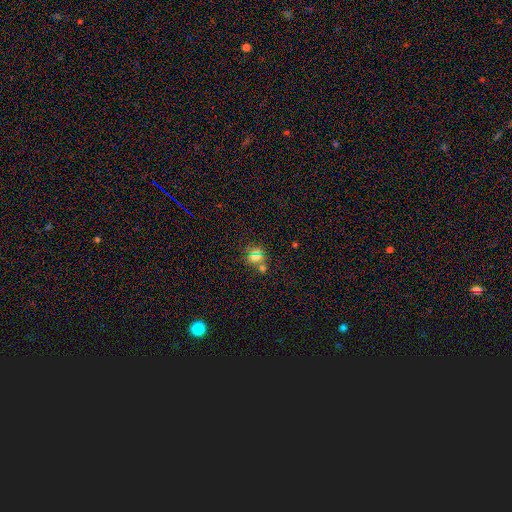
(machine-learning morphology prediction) Smooth or featured? Predicted: smooth (p=0.52). How rounded? Predicted: round (p=0.80). Merging? Predicted: none (p=0.71).